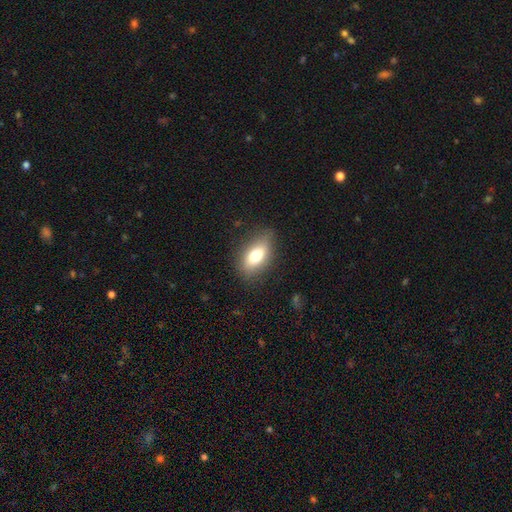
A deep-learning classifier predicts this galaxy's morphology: Q: Smooth or featured?
A: smooth (73%); runner-up: featured or disk (19%)
Q: How rounded?
A: in between (85%); runner-up: cigar-shaped (8%)
Q: Merging?
A: none (81%); runner-up: minor disturbance (14%)